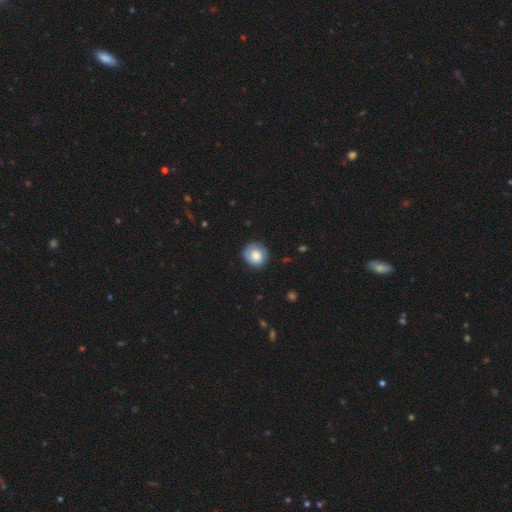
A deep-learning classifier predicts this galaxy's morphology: The model was most divided on "smooth or featured": smooth: 67%, featured or disk: 26%, star or artifact: 7%. More confident: how rounded — round (84%); merging — none (74%).